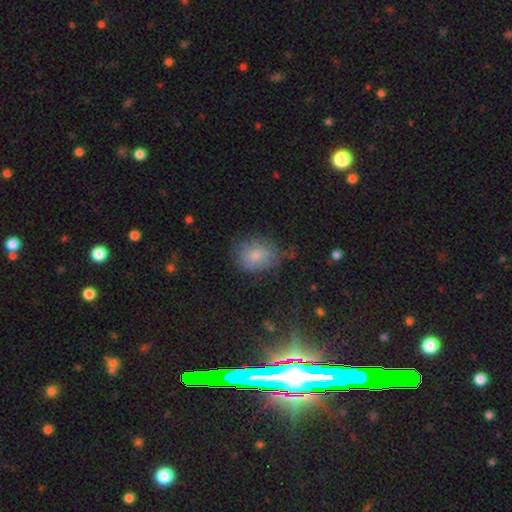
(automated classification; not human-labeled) smooth_or_featured: smooth (p=0.66) [alt: featured or disk p=0.24]
how_rounded: round (p=0.60) [alt: in between p=0.39]
merging: none (p=0.63) [alt: minor disturbance p=0.26]